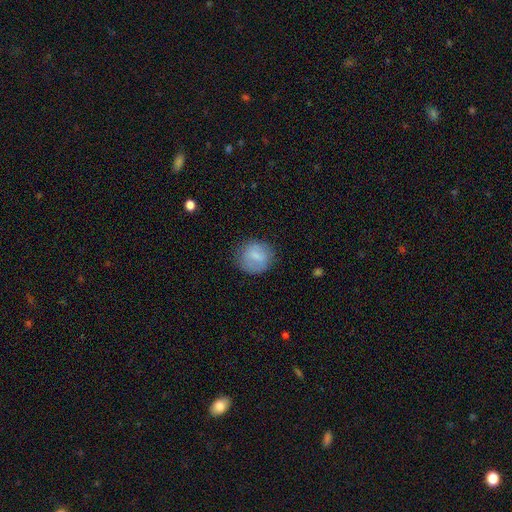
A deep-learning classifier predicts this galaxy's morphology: Smooth or featured? smooth (75%)
How rounded? round (83%)
Merging? none (75%)